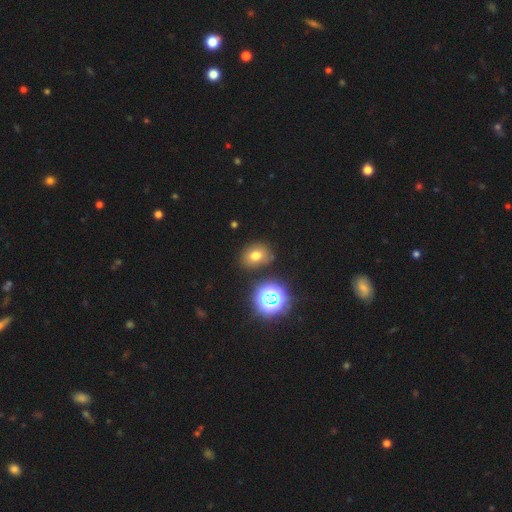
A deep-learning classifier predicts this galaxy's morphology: Smooth or featured? smooth (67%)
How rounded? round (50%)
Merging? none (77%)